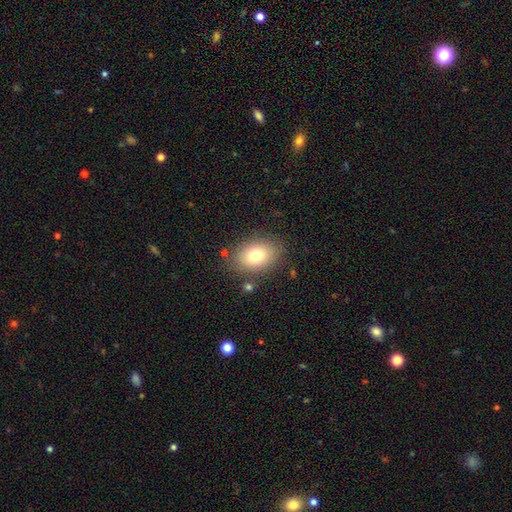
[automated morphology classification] Smooth or featured? Predicted: smooth (p=0.77). How rounded? Predicted: in between (p=0.78). Merging? Predicted: none (p=0.82).